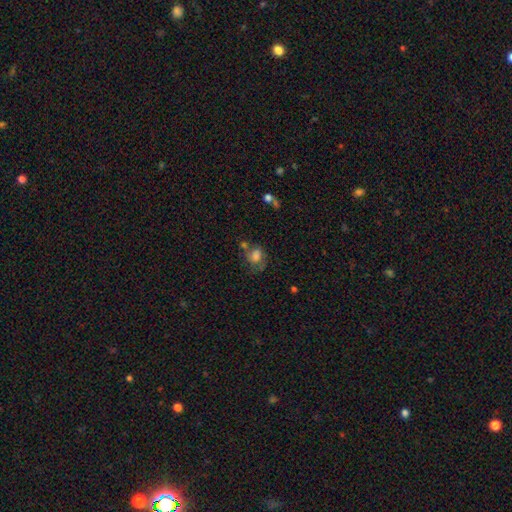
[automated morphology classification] Smooth or featured? Predicted: smooth (p=0.66). How rounded? Predicted: in between (p=0.52). Merging? Predicted: none (p=0.38).